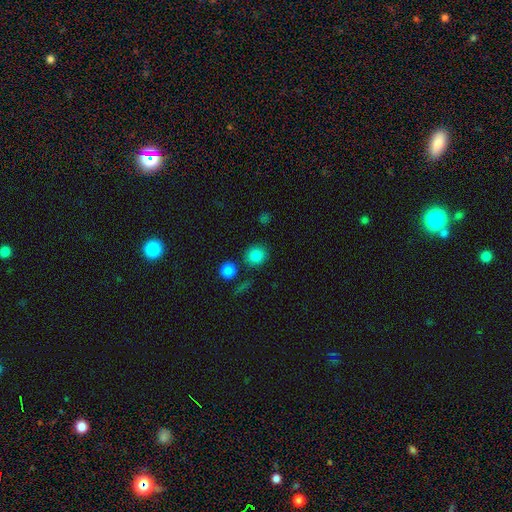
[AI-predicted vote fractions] The model was most divided on "how rounded": round: 84%, in between: 15%, cigar-shaped: 1%. More confident: smooth or featured — smooth (85%); merging — none (81%).